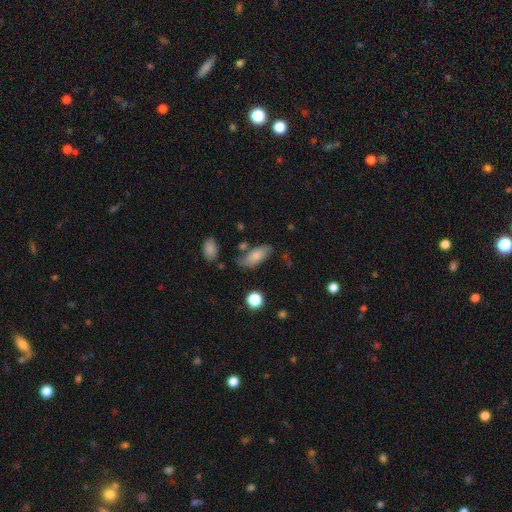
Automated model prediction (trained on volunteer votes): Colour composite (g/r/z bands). It shows a smooth galaxy with no disk features (69%) that is in between round and cigar-shaped (88%). Merging: none (56%).